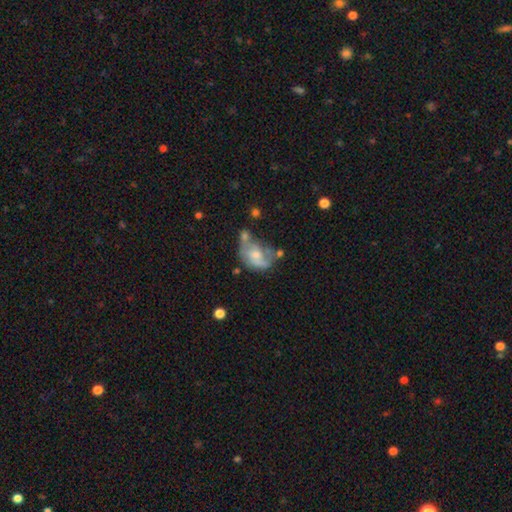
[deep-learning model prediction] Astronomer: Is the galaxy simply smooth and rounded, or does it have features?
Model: featured or disk — 56% (runner-up: smooth, 35%).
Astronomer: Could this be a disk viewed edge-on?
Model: no — 97%.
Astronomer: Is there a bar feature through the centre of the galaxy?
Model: no — 71%.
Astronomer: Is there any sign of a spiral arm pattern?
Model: yes — 59% (runner-up: no, 41%).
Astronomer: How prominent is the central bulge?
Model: moderate — 42% (runner-up: small, 39%).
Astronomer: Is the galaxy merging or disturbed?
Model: major disturbance — 27% (runner-up: none, 25%).